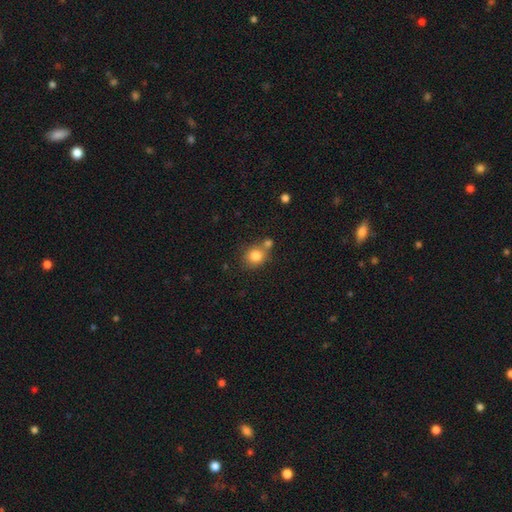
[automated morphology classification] A smooth galaxy with no disk features (81%) that is round (79%). Merging: none (57%).